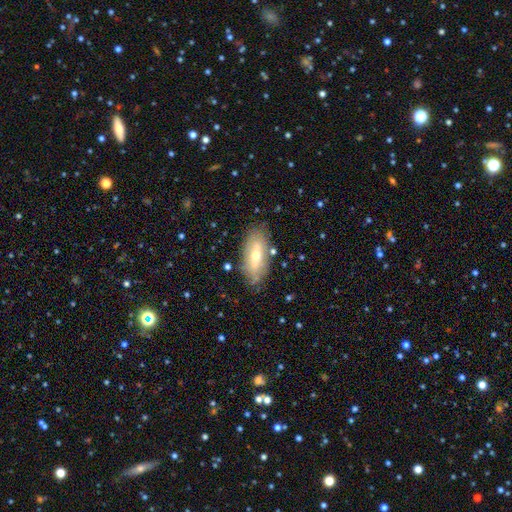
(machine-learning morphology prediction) A featured or disk galaxy (47%). Merging: none (78%).